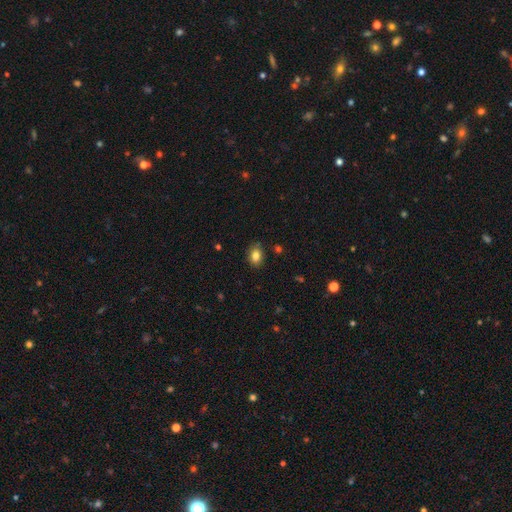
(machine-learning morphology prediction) A smooth galaxy with no disk features (82%) that is in between round and cigar-shaped (74%).

Vote fractions:
- Smooth or featured? smooth: 82% / star or artifact: 10% / featured or disk: 8%
- How rounded? in between: 74% / round: 25% / cigar-shaped: 1%
- Merging? none: 80% / minor disturbance: 15% / major disturbance: 3% / merger: 2%